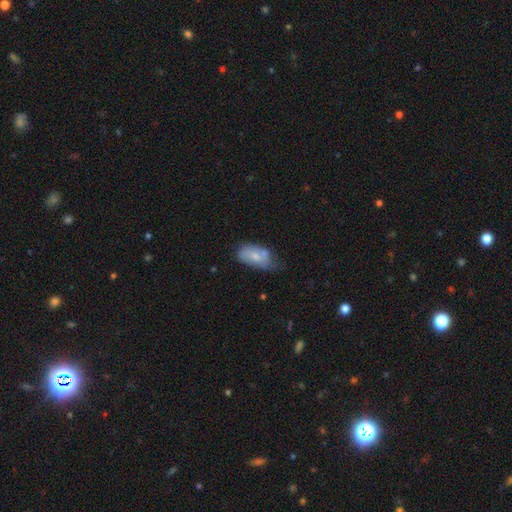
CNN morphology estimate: This is likely a smooth galaxy (60%). How rounded: clearly in between (91%). Merging: marginally none (38%).